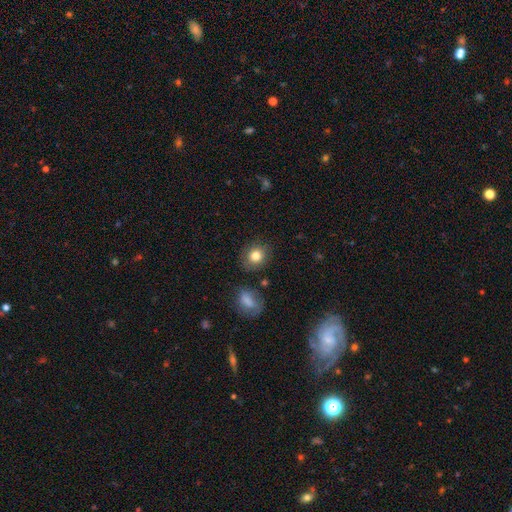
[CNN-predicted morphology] Smooth or featured? Predicted: smooth (p=0.81). How rounded? Predicted: round (p=0.75). Merging? Predicted: none (p=0.82).